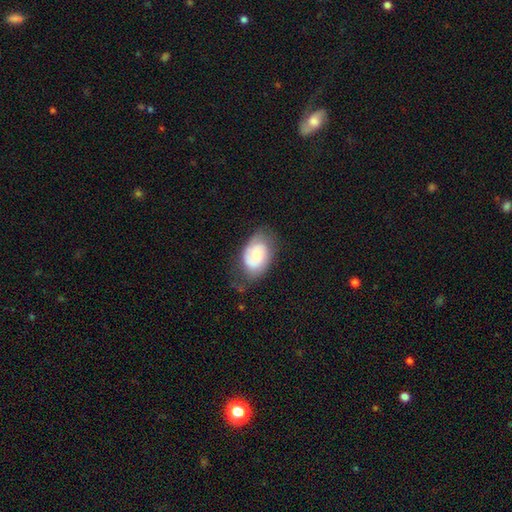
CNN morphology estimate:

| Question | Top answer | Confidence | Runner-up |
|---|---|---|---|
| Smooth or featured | featured or disk | 56% | smooth (37%) |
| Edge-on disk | no | 96% | yes (4%) |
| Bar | no | 67% | weak (29%) |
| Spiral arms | yes | 84% | no (16%) |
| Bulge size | moderate | 49% | small (35%) |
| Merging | none | 56% | minor disturbance (29%) |